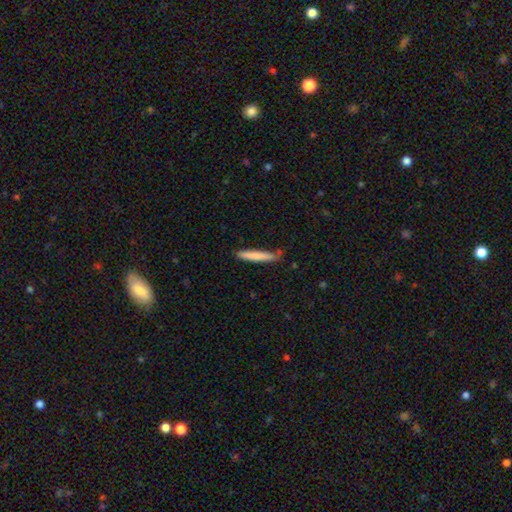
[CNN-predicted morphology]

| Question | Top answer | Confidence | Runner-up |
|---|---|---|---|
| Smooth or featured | smooth | 78% | featured or disk (17%) |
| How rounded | cigar-shaped | 95% | in between (4%) |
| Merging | none | 80% | minor disturbance (15%) |